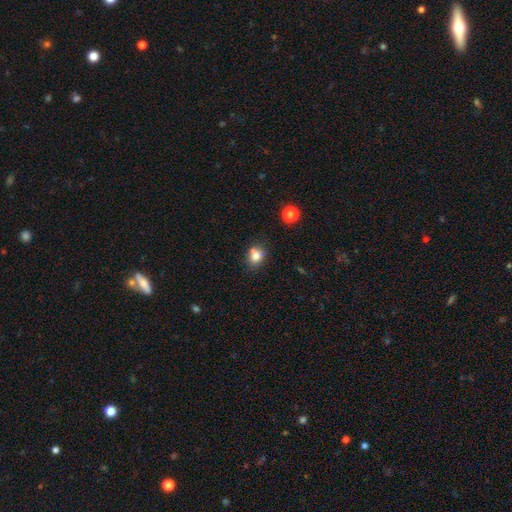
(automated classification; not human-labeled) Smooth or featured: smooth — 79% (star or artifact — 12%)
How rounded: round — 61% (in between — 38%)
Merging: none — 59% (merger — 20%)